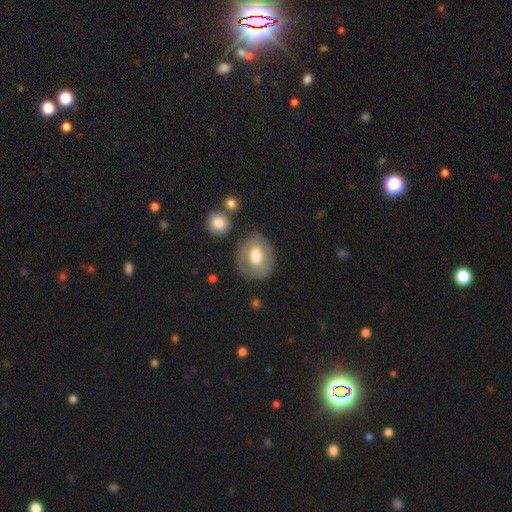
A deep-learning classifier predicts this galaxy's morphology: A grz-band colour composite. It shows a smooth galaxy with no disk features (61%) that is round (51%). Merging: none (72%).